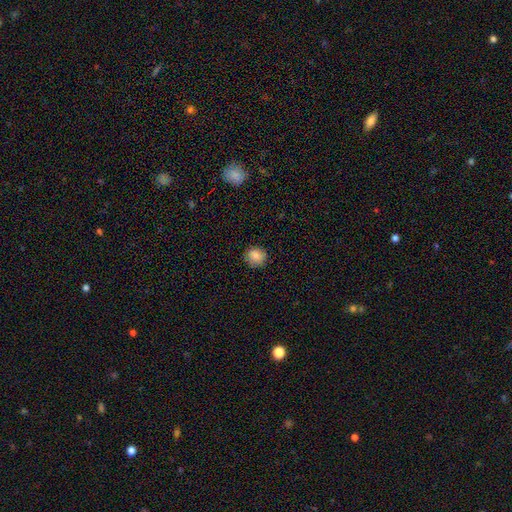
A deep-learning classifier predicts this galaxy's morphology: A smooth galaxy with no disk features (86%) that is round (85%).

Vote fractions:
- Smooth or featured? smooth: 86% / star or artifact: 9% / featured or disk: 5%
- How rounded? round: 85% / in between: 14% / cigar-shaped: 1%
- Merging? none: 86% / minor disturbance: 11% / major disturbance: 2% / merger: 1%